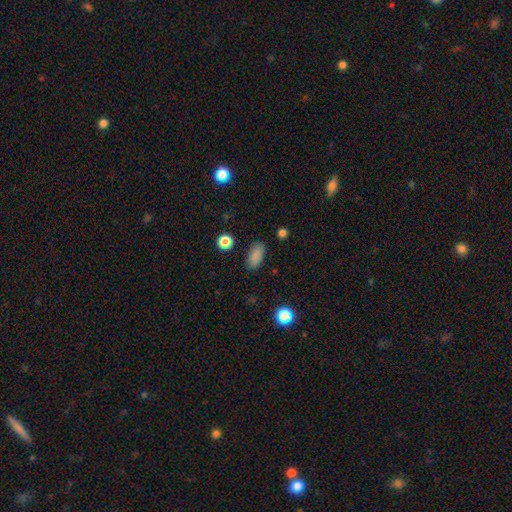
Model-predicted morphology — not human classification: This appears to be a smooth galaxy with no disk features (86%) that is in between round and cigar-shaped (89%). Merging: none (87%).